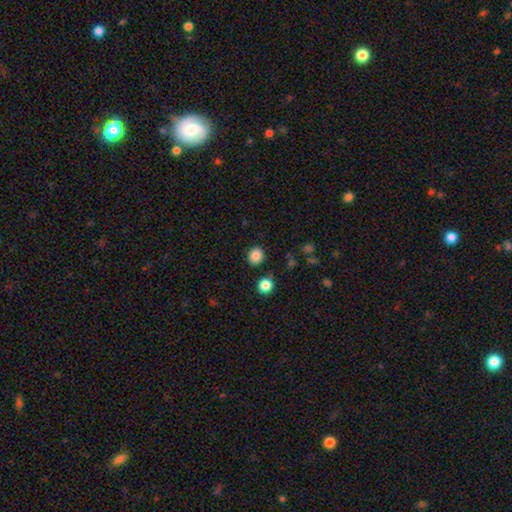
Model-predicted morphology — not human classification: smooth-or-featured: smooth: 86% | star or artifact: 10% | featured or disk: 4%
  how-rounded: round: 78% | in between: 21% | cigar-shaped: 1%
  merging: none: 87% | minor disturbance: 7% | merger: 3% | major disturbance: 2%